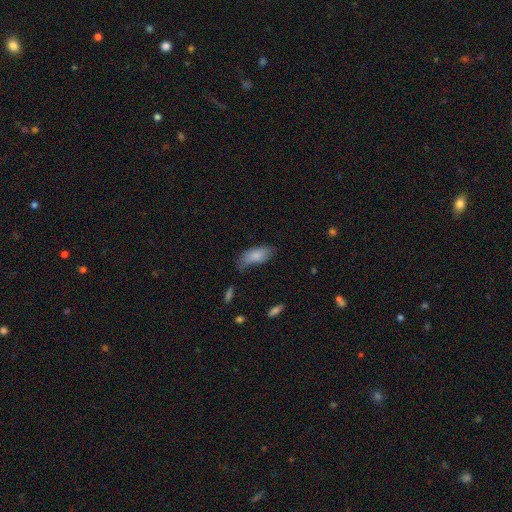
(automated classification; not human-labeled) This is clearly a smooth galaxy (83%). How rounded: clearly in between (85%). Merging: possibly none (57%).